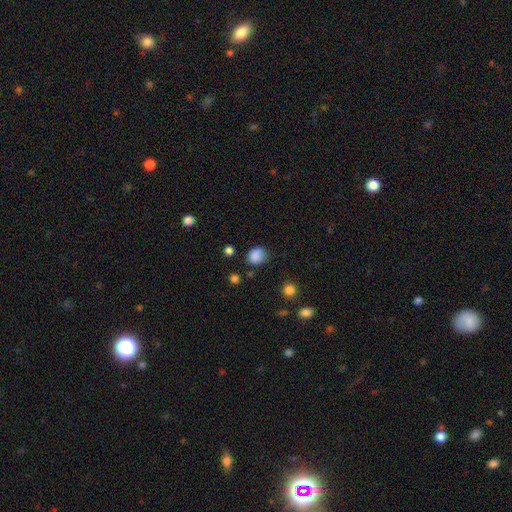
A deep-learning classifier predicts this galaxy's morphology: smooth-or-featured: smooth: 85% | star or artifact: 10% | featured or disk: 4%
  how-rounded: round: 69% | in between: 30% | cigar-shaped: 1%
  merging: none: 74% | minor disturbance: 19% | major disturbance: 5% | merger: 3%